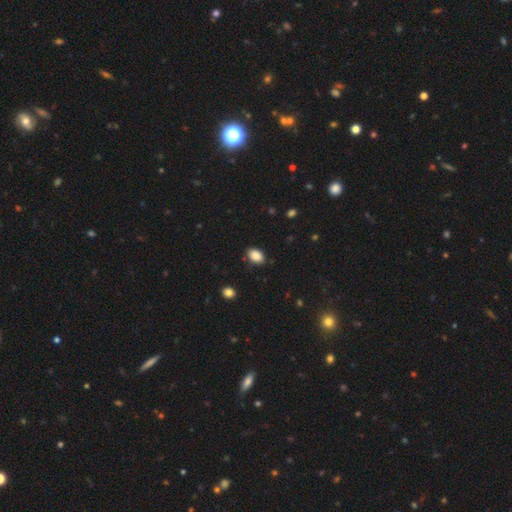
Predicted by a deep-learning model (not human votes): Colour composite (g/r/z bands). It shows a smooth galaxy with no disk features (87%) that is in between round and cigar-shaped (85%). Merging: none (86%).